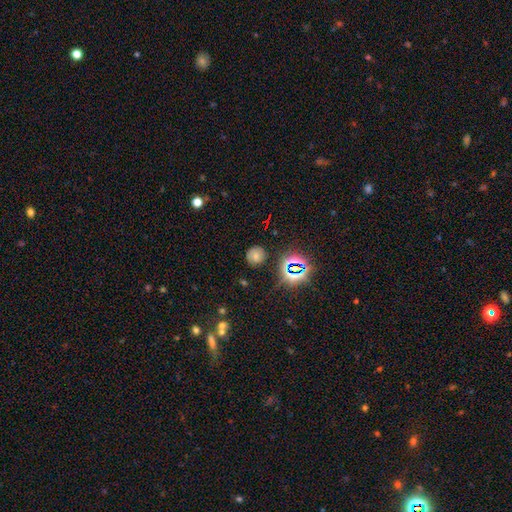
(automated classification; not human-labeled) A smooth galaxy with no disk features (60%) that is round (86%). Merging: none (81%).